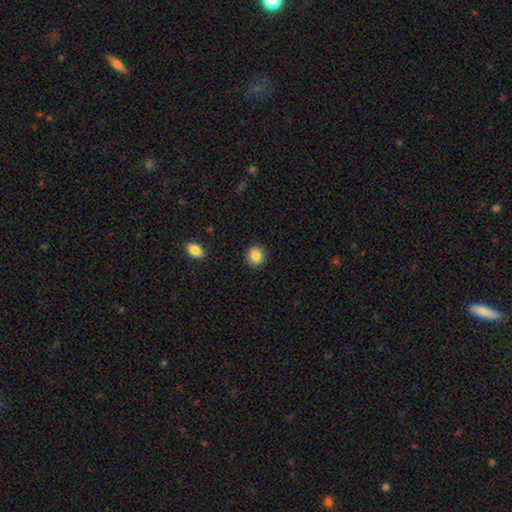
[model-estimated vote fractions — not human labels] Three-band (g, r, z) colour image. It shows a smooth galaxy with no disk features (86%) that is round (77%). Merging: none (90%).